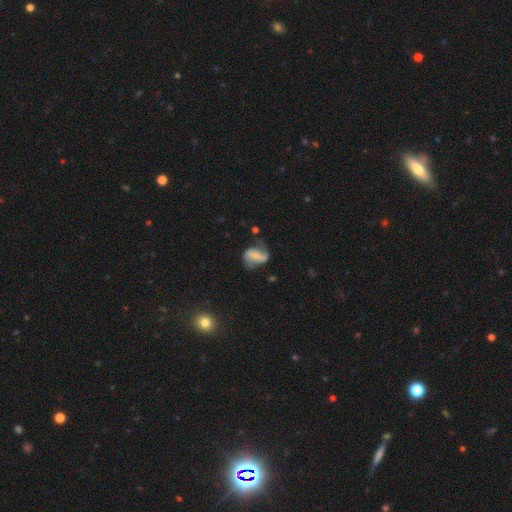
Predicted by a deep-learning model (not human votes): Smooth or featured?
  - featured or disk: 61% *
  - smooth: 31%
  - star or artifact: 9%
Edge-on disk?
  - no: 97% *
  - yes: 3%
Bar?
  - no: 37% *
  - weak: 33%
  - strong: 30%
Spiral arms?
  - yes: 84% *
  - no: 16%
Bulge size?
  - none: 48% *
  - small: 30%
  - moderate: 15%
  - large: 5%
  - dominant: 2%
Merging?
  - none: 49% *
  - minor disturbance: 26%
  - major disturbance: 19%
  - merger: 6%